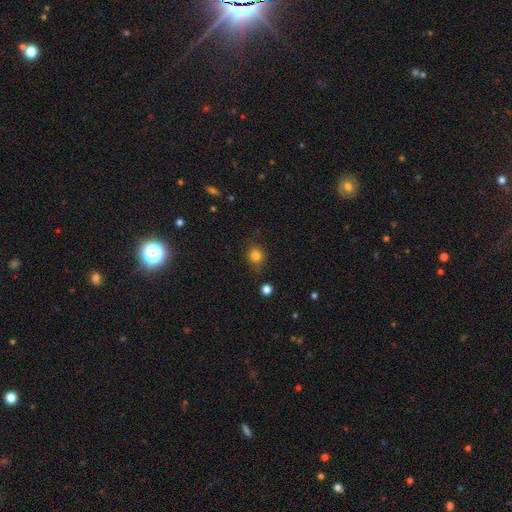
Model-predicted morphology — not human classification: Smooth or featured: smooth — 82% (star or artifact — 12%)
How rounded: round — 78% (in between — 21%)
Merging: none — 79% (minor disturbance — 15%)